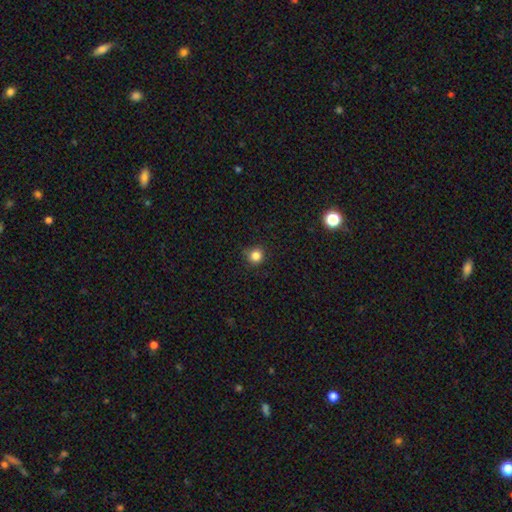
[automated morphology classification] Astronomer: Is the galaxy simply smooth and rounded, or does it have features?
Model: smooth — 83%.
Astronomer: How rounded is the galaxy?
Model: round — 93%.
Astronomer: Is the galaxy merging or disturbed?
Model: none — 87%.